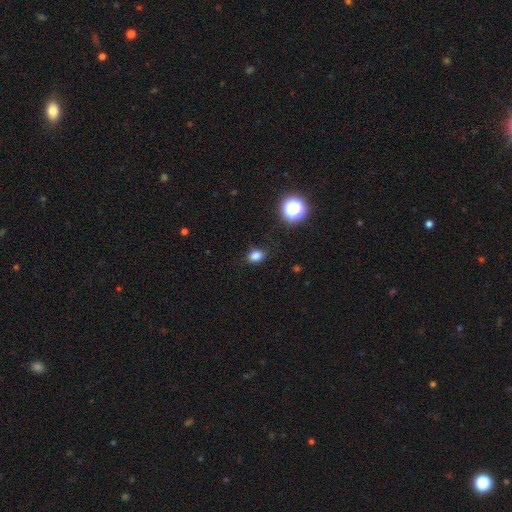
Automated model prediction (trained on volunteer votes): Q: Smooth or featured?
A: smooth (81%); runner-up: star or artifact (14%)
Q: How rounded?
A: in between (66%); runner-up: round (33%)
Q: Merging?
A: none (84%); runner-up: minor disturbance (12%)